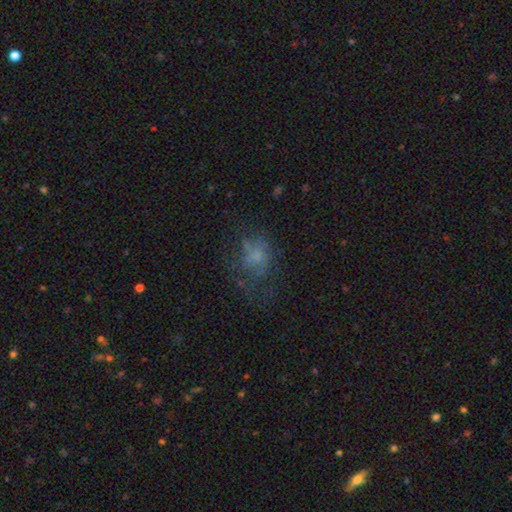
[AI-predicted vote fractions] Overall: smooth (48%; featured or disk 34%). Merging: none (40%; major disturbance 36%).